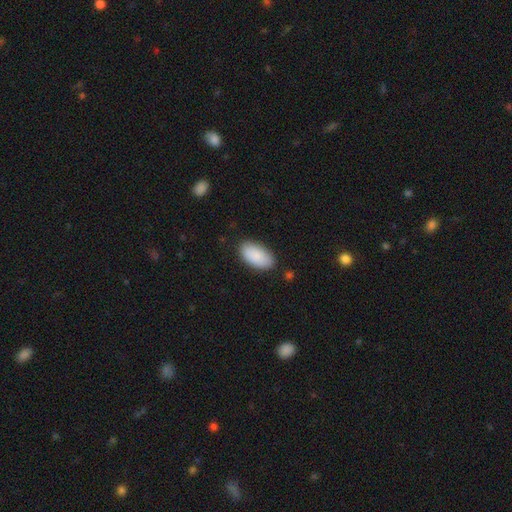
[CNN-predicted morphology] The model was most divided on "merging": none: 85%, minor disturbance: 11%, major disturbance: 3%, merger: 1%. More confident: how rounded — in between (95%); smooth or featured — smooth (89%).